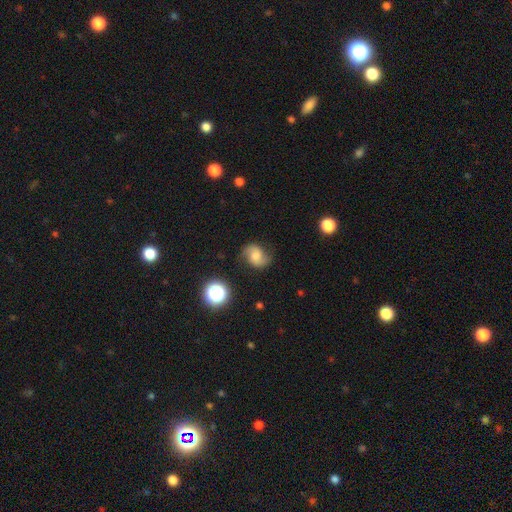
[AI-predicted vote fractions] The model was most divided on "spiral winding": medium: 44%, loose: 41%, tight: 14%. More confident: edge-on disk — no (98%); spiral arms — yes (94%); spiral arm count — 2 (90%); merging — none (75%); smooth or featured — featured or disk (65%); bar — no (60%); bulge size — moderate (51%).